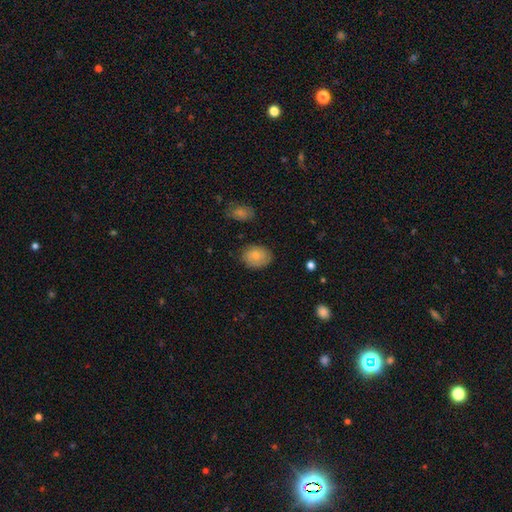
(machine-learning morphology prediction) The model was most divided on "how rounded": in between: 65%, round: 33%, cigar-shaped: 1%. More confident: merging — none (80%); smooth or featured — smooth (71%).